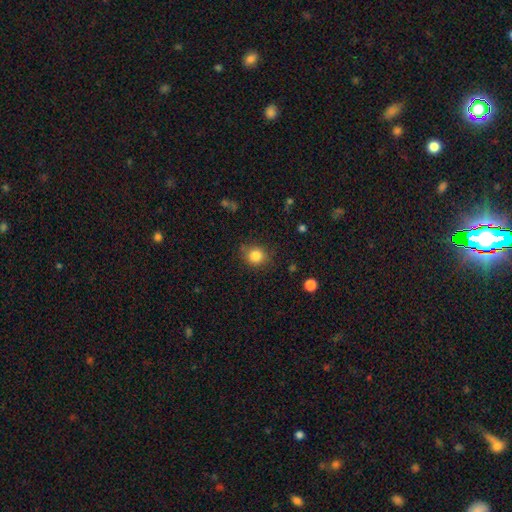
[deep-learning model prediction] A smooth galaxy with no disk features (83%) that is round (80%). Merging: none (78%).